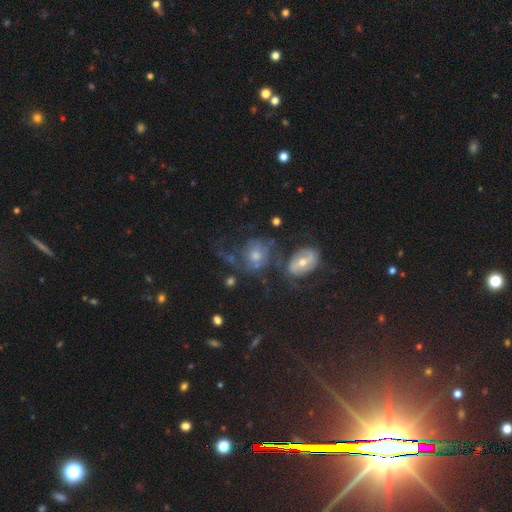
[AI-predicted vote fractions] Smooth or featured: featured or disk — 49% (smooth — 36%)
Merging: none — 38% (major disturbance — 24%)